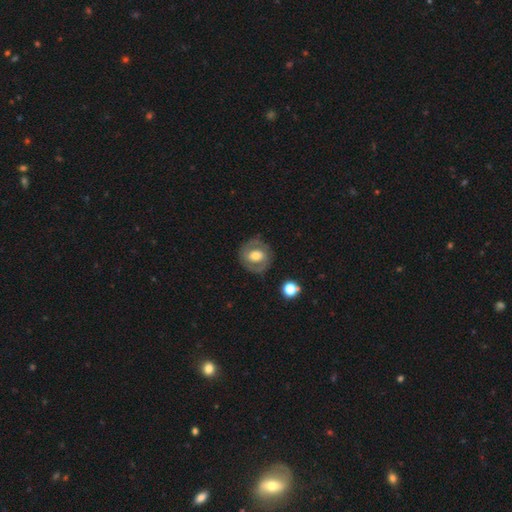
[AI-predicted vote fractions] Smooth or featured?
  - featured or disk: 62% *
  - smooth: 31%
  - star or artifact: 7%
Edge-on disk?
  - no: 96% *
  - yes: 4%
Bar?
  - no: 49% *
  - weak: 35%
  - strong: 15%
Spiral arms?
  - yes: 64% *
  - no: 36%
Bulge size?
  - moderate: 61% *
  - large: 23%
  - small: 12%
  - dominant: 2%
  - none: 2%
Merging?
  - none: 81% *
  - minor disturbance: 12%
  - major disturbance: 6%
  - merger: 2%